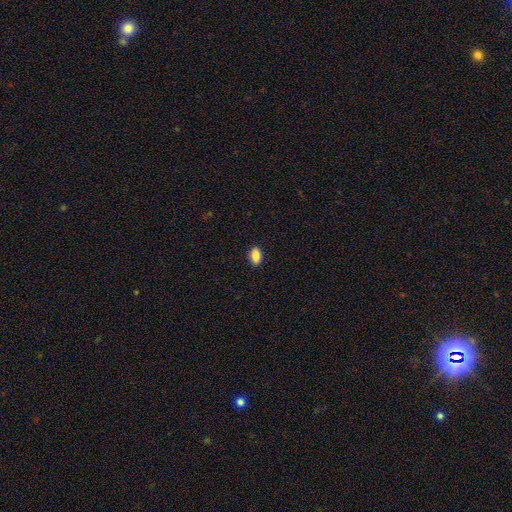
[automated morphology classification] Overall: smooth (87%). How rounded: in between (88%). Merging: none (89%).